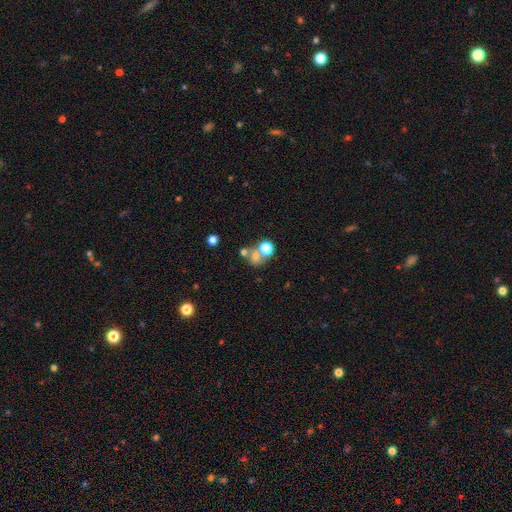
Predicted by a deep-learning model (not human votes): smooth-or-featured: smooth: 62% | star or artifact: 20% | featured or disk: 18%
  how-rounded: round: 71% | in between: 28% | cigar-shaped: 1%
  merging: merger: 48% | none: 37% | minor disturbance: 8% | major disturbance: 7%